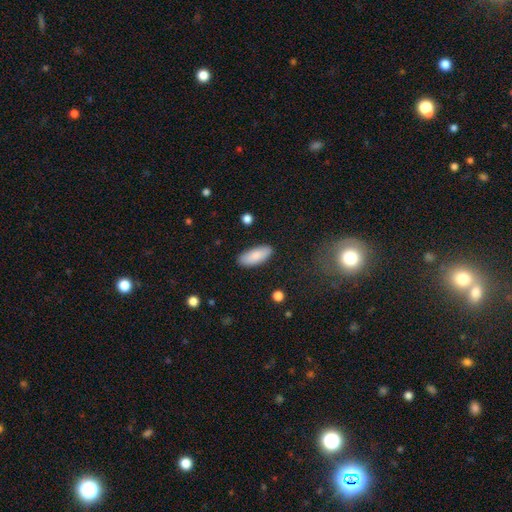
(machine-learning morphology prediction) The model was most divided on "how rounded": in between: 83%, cigar-shaped: 15%, round: 2%. More confident: merging — none (87%); smooth or featured — smooth (87%).